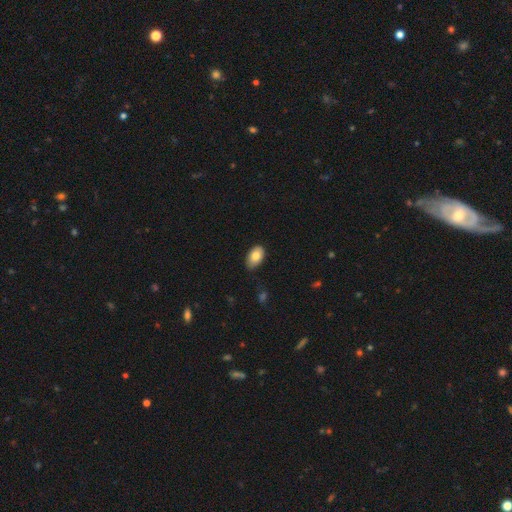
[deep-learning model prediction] Overall: smooth (82%). How rounded: in between (92%). Merging: none (79%).